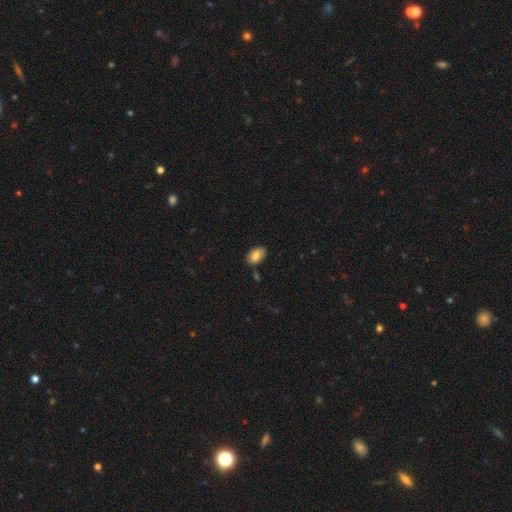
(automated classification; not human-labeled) Smooth or featured? Predicted: smooth (p=0.77). How rounded? Predicted: in between (p=0.92). Merging? Predicted: none (p=0.81).